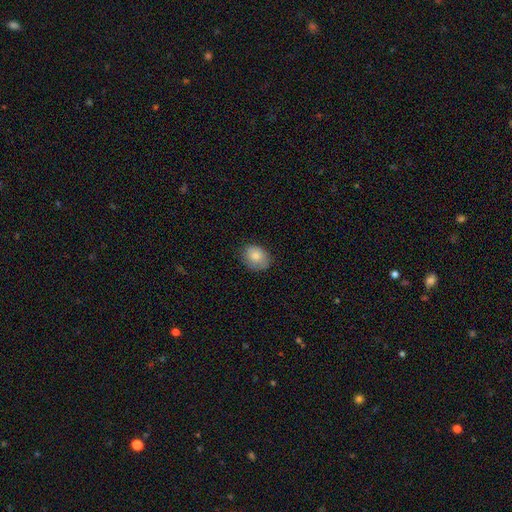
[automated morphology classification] Overall: smooth (79%). How rounded: in between (55%; round 44%). Merging: none (75%).